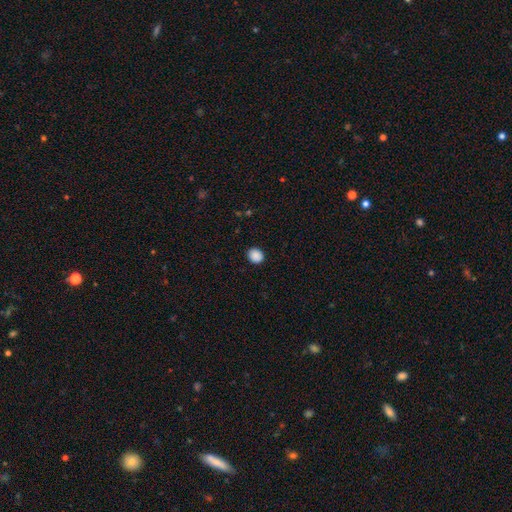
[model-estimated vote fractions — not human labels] smooth_or_featured: smooth (p=0.89) [alt: star or artifact p=0.09]
how_rounded: round (p=0.75) [alt: in between p=0.24]
merging: none (p=0.91) [alt: minor disturbance p=0.06]